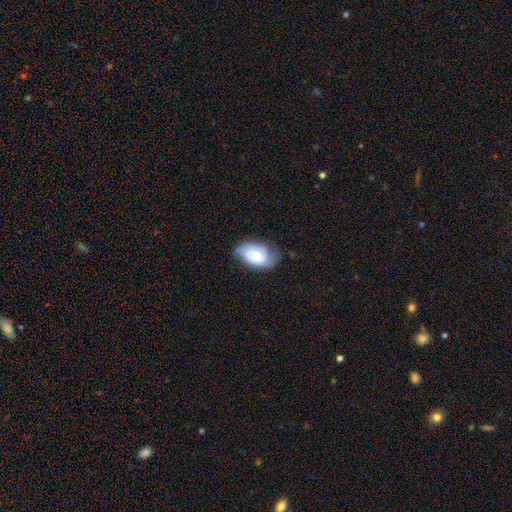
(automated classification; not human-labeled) Smooth or featured: smooth — 51% (featured or disk — 42%)
How rounded: in between — 91% (round — 8%)
Merging: none — 60% (minor disturbance — 30%)